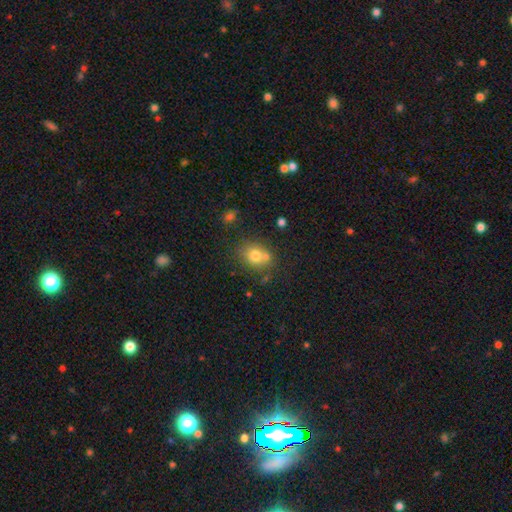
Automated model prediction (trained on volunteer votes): Smooth or featured?
  - smooth: 74% *
  - featured or disk: 13%
  - star or artifact: 12%
How rounded?
  - round: 67% *
  - in between: 32%
  - cigar-shaped: 1%
Merging?
  - none: 56% *
  - merger: 26%
  - minor disturbance: 13%
  - major disturbance: 4%